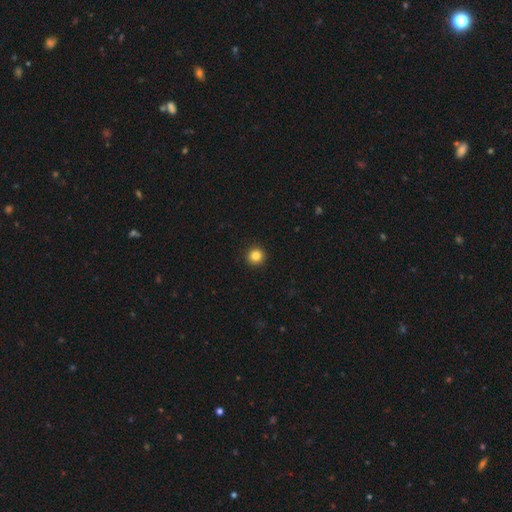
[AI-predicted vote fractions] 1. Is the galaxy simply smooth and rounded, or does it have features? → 84% smooth, 11% star or artifact, 5% featured or disk.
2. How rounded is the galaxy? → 95% round, 4% in between, 1% cigar-shaped.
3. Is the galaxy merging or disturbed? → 94% none, 4% minor disturbance, 1% major disturbance, 1% merger.